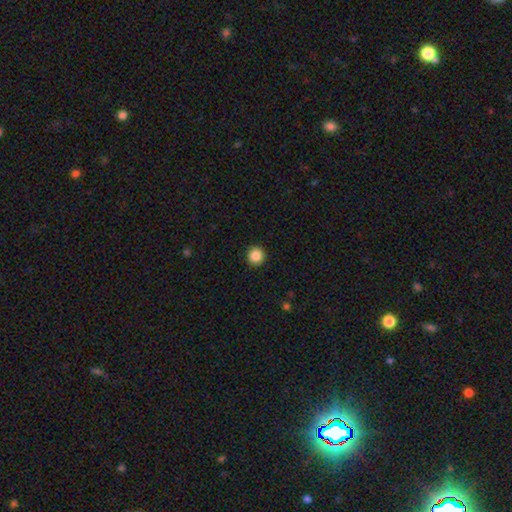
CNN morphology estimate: smooth 86%, star or artifact 10%, featured or disk 4%. Down the decision tree: how rounded — round (94%); merging — none (93%).